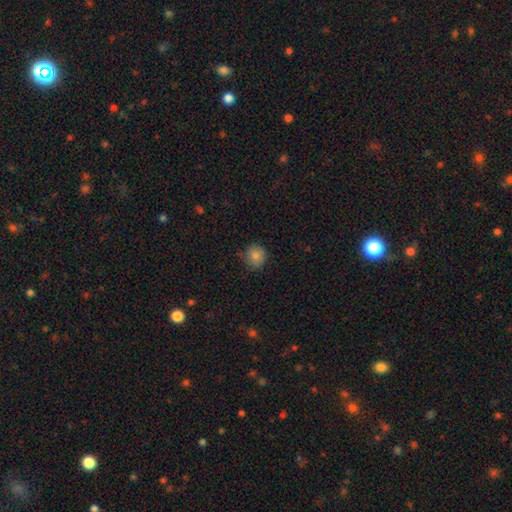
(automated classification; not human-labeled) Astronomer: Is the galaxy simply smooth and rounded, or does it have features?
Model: smooth — 80%.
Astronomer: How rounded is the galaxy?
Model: round — 90%.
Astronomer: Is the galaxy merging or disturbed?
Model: none — 75%.